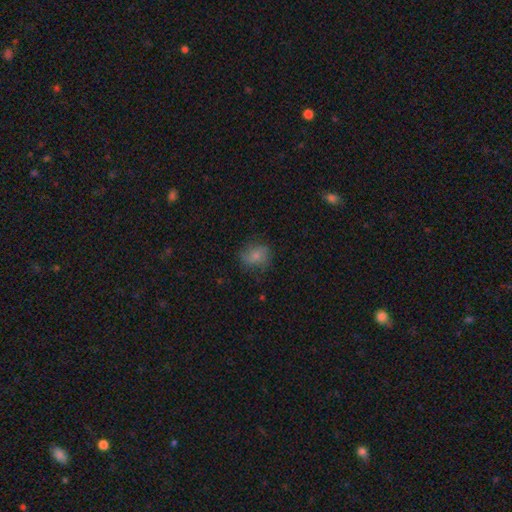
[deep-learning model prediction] Q: Smooth or featured?
A: smooth (68%); runner-up: featured or disk (22%)
Q: How rounded?
A: round (62%); runner-up: in between (37%)
Q: Merging?
A: none (65%); runner-up: minor disturbance (23%)